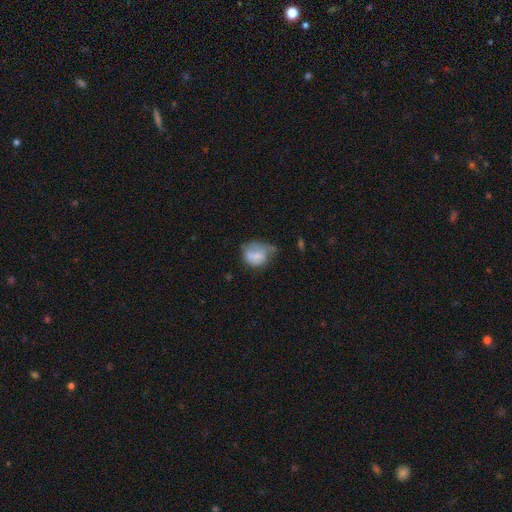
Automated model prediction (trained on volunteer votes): smooth_or_featured: smooth (p=0.63) [alt: featured or disk p=0.29]
how_rounded: round (p=0.50) [alt: in between p=0.49]
merging: minor disturbance (p=0.36) [alt: none p=0.29]